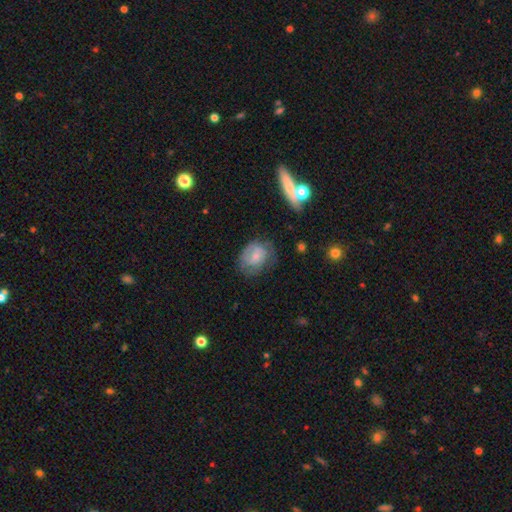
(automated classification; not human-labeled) This appears to be a smooth galaxy with no disk features (58%) that is in between round and cigar-shaped (57%). Merging: none (52%).